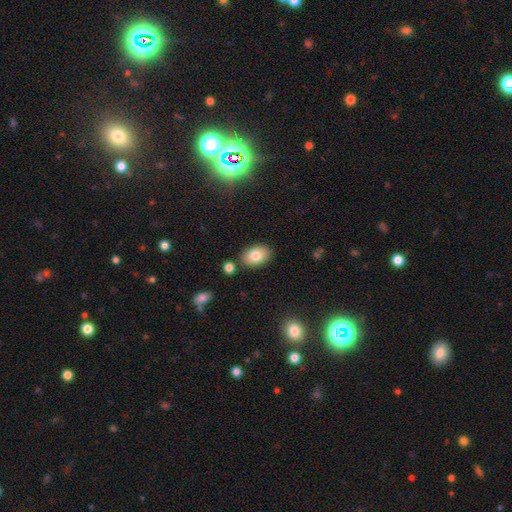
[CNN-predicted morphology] smooth_or_featured: smooth (p=0.81) [alt: featured or disk p=0.11]
how_rounded: in between (p=0.87) [alt: round p=0.12]
merging: none (p=0.84) [alt: minor disturbance p=0.10]